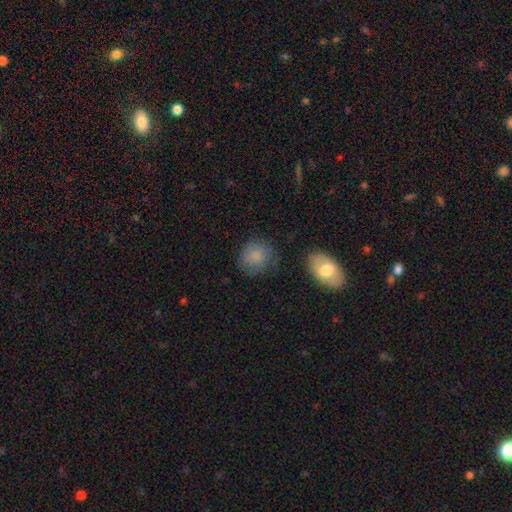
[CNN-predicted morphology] Smooth or featured? smooth (84%)
How rounded? round (84%)
Merging? none (72%)